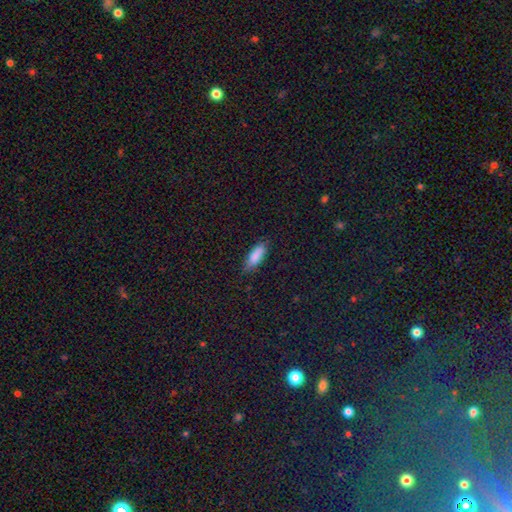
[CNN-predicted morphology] type=smooth (84%); roundness=in between (62%); merging=none (79%).